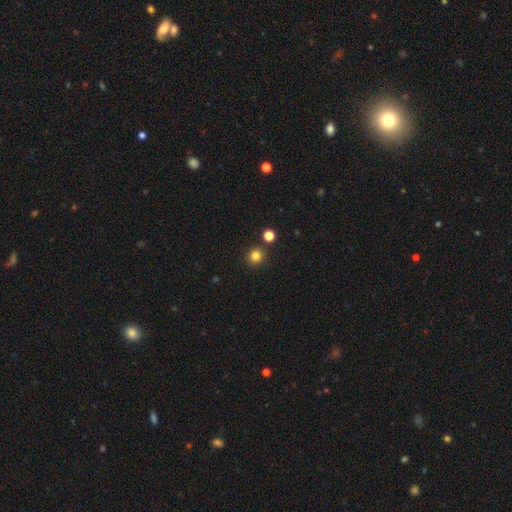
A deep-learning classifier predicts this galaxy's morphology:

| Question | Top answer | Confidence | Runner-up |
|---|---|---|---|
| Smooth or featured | smooth | 82% | star or artifact (14%) |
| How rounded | round | 93% | in between (6%) |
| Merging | none | 88% | minor disturbance (6%) |